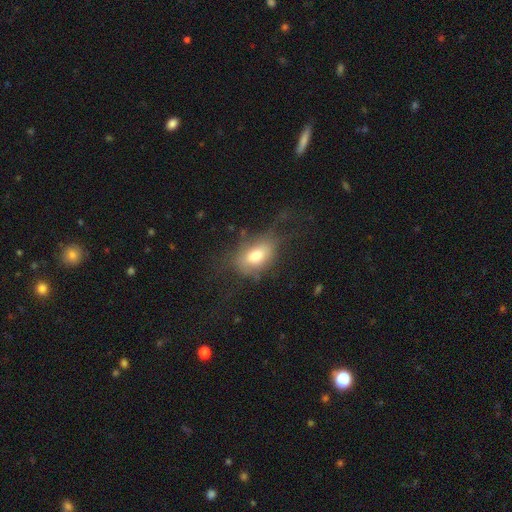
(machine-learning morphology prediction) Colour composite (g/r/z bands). It shows a smooth galaxy with no disk features (69%) that is in between round and cigar-shaped (87%). Merging: none (46%).